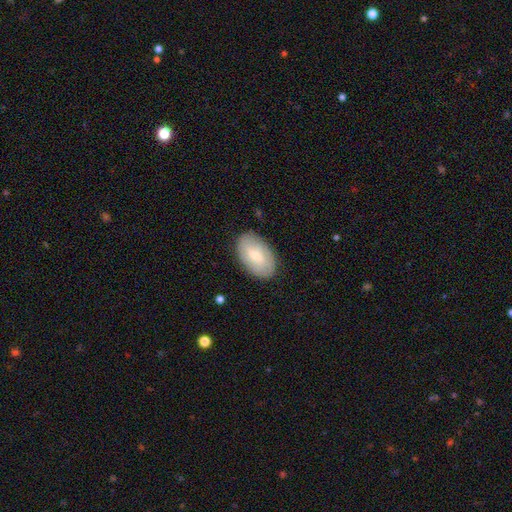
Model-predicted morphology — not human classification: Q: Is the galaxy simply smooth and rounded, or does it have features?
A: smooth — 61%.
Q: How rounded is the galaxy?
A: in between — 93%.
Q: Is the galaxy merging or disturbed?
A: none — 86%.